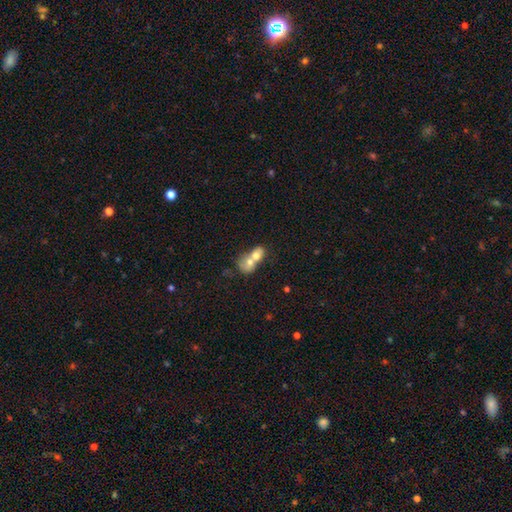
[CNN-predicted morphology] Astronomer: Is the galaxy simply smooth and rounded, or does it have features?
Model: smooth — 67%.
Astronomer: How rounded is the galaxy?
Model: in between — 61% (runner-up: round, 37%).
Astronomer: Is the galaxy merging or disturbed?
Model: merger — 80%.